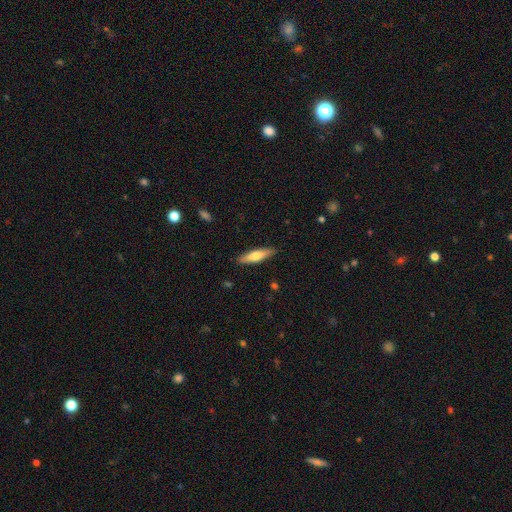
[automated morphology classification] smooth_or_featured: smooth (p=0.64) [alt: featured or disk p=0.31]
how_rounded: cigar-shaped (p=0.73) [alt: in between p=0.25]
merging: none (p=0.89) [alt: minor disturbance p=0.08]